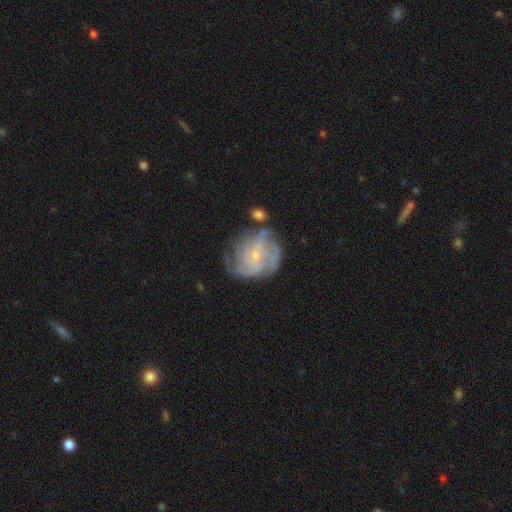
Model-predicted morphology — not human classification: This appears to be a featured or disk galaxy (82%) with no bar (48%), tight (46%) spiral arms (93%) and a small central bulge (79%). Merging: none (58%).